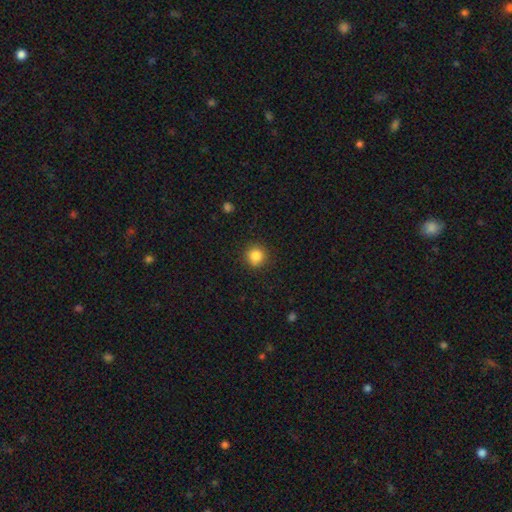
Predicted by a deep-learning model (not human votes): Q: Smooth or featured?
A: smooth (84%); runner-up: star or artifact (11%)
Q: How rounded?
A: round (92%); runner-up: in between (7%)
Q: Merging?
A: none (89%); runner-up: minor disturbance (8%)